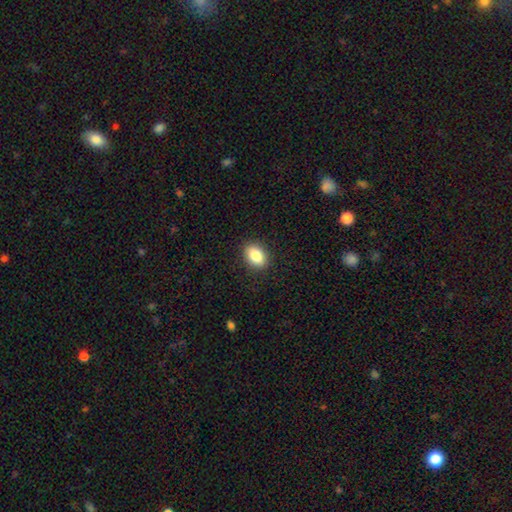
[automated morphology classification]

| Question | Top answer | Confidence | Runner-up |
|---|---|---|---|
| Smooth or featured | smooth | 85% | star or artifact (8%) |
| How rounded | in between | 79% | round (20%) |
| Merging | none | 89% | minor disturbance (8%) |